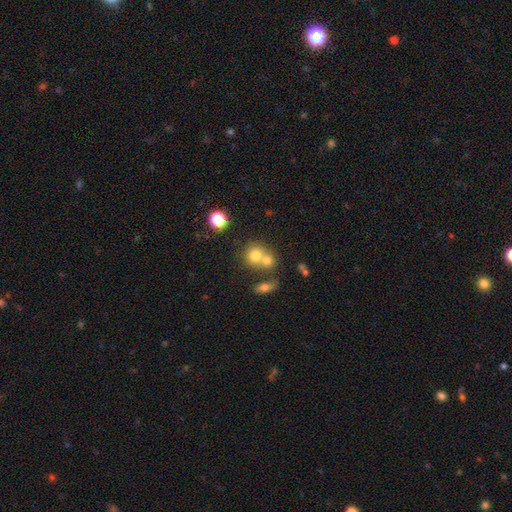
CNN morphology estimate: This appears to be a smooth galaxy with no disk features (72%) that is round (81%). Merging: merger (54%).